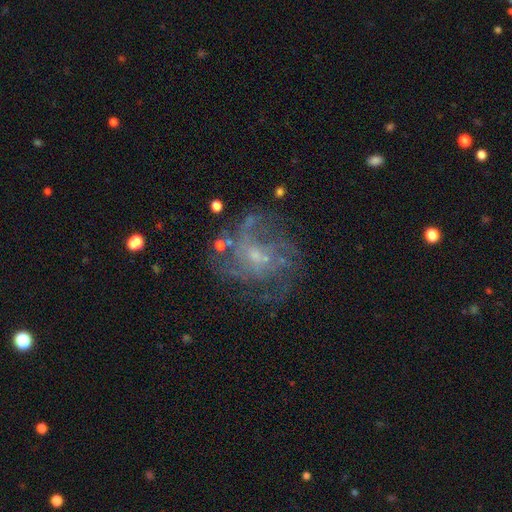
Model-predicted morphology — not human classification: A featured or disk galaxy (76%) with no bar (67%), medium (43%) spiral arms (80%) and a small central bulge (65%).

Vote fractions:
- Smooth or featured? featured or disk: 76% / smooth: 12% / star or artifact: 12%
- Edge-on disk? no: 98% / yes: 2%
- Bar? no: 67% / weak: 29% / strong: 4%
- Spiral arms? yes: 80% / no: 20%
- Spiral winding? medium: 43% / tight: 30% / loose: 27%
- Spiral arm count? can't tell: 36% / 4: 20% / 3: 19% / 2: 11% / more than 4: 8% / 1: 6%
- Bulge size? small: 65% / moderate: 19% / none: 14% / large: 1% / dominant: 1%
- Merging? none: 60% / major disturbance: 19% / minor disturbance: 17% / merger: 4%